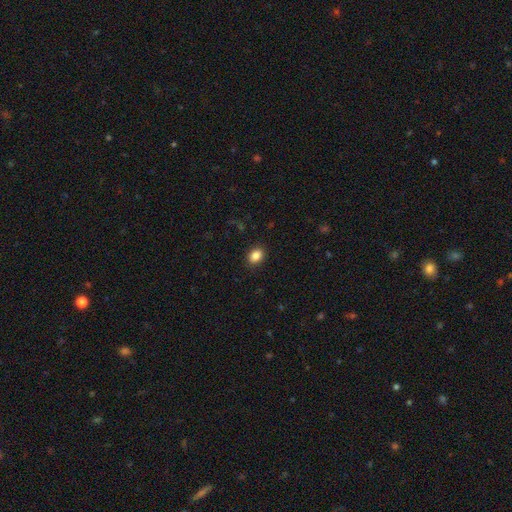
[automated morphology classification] This is clearly a smooth galaxy (87%). How rounded: likely in between (63%). Merging: clearly none (89%).